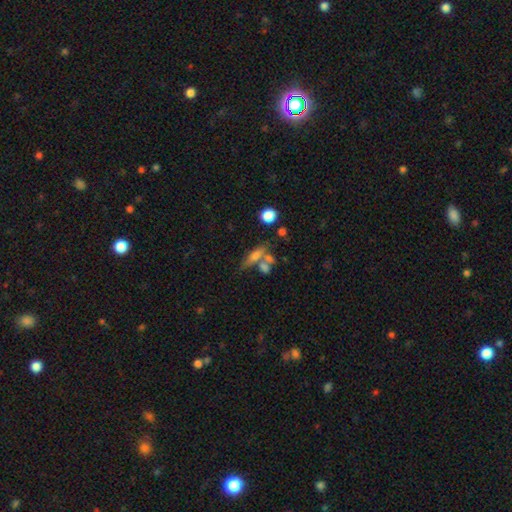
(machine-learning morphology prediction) This appears to be a smooth galaxy with no disk features (56%) that is cigar-shaped (47%). Merging: none (45%).